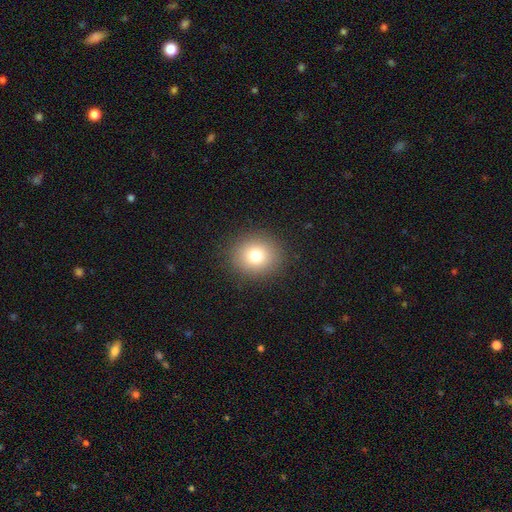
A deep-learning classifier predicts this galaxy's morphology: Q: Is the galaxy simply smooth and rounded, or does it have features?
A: smooth — 77%.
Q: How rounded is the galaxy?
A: round — 85%.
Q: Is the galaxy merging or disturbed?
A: none — 90%.